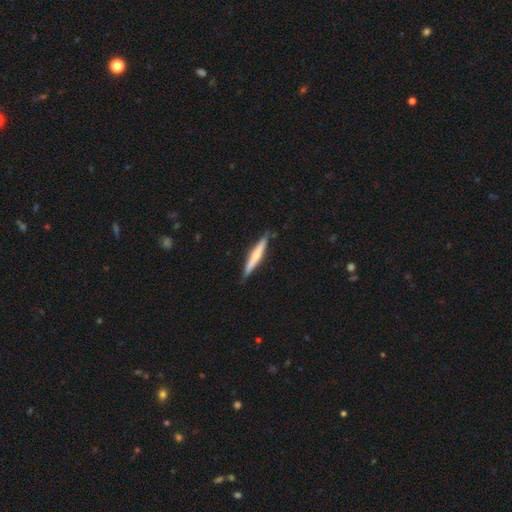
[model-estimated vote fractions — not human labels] Smooth or featured? smooth (52%)
How rounded? cigar-shaped (94%)
Merging? none (86%)